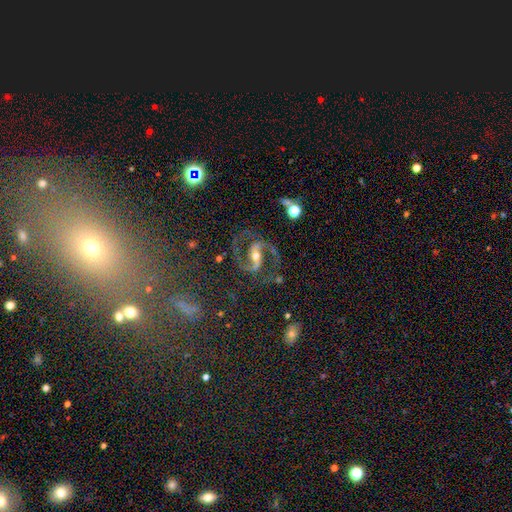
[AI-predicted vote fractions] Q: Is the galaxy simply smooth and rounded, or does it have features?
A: featured or disk — 88%.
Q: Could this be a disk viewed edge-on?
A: no — 97%.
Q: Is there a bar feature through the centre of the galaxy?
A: strong — 49%.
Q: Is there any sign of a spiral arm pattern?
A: yes — 97%.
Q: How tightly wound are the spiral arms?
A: medium — 64%.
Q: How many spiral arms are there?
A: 2 — 94%.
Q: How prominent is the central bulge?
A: moderate — 56%.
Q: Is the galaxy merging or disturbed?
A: none — 76%.